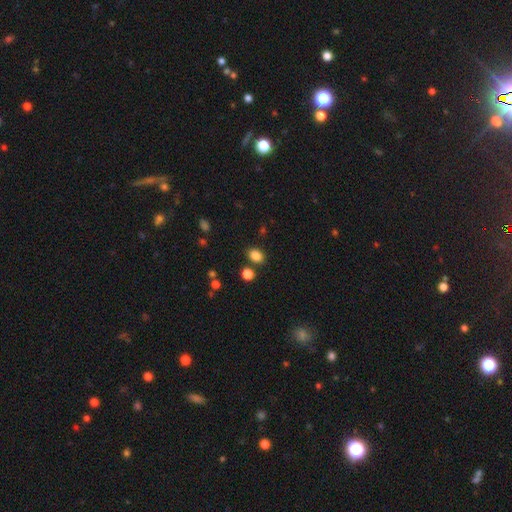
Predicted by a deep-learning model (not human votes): smooth_or_featured: smooth (p=0.85) [alt: star or artifact p=0.11]
how_rounded: in between (p=0.68) [alt: round p=0.30]
merging: none (p=0.80) [alt: minor disturbance p=0.10]